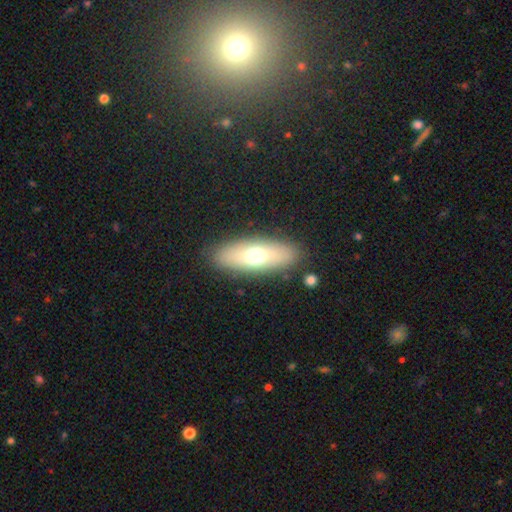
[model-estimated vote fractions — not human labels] The model was most divided on "how rounded": in between: 64%, cigar-shaped: 32%, round: 4%. More confident: merging — none (86%); smooth or featured — smooth (63%).